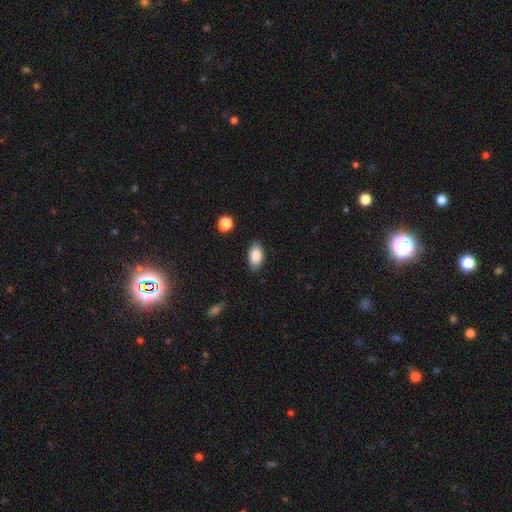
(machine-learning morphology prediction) Q: Smooth or featured?
A: smooth (87%); runner-up: star or artifact (7%)
Q: How rounded?
A: in between (93%); runner-up: round (4%)
Q: Merging?
A: none (85%); runner-up: minor disturbance (11%)